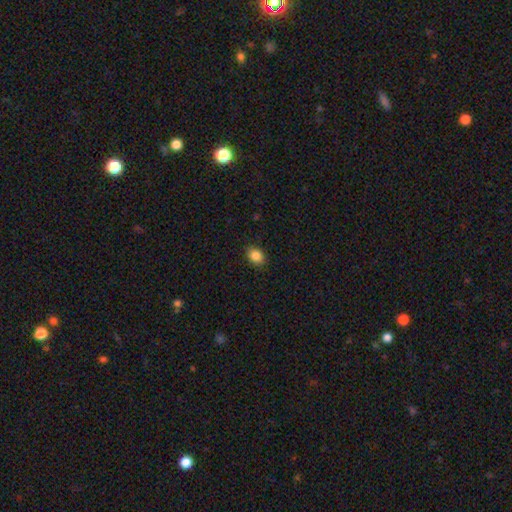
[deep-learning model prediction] smooth-or-featured: smooth: 86% | star or artifact: 9% | featured or disk: 5%
  how-rounded: in between: 61% | round: 38% | cigar-shaped: 1%
  merging: none: 89% | minor disturbance: 8% | major disturbance: 2% | merger: 1%